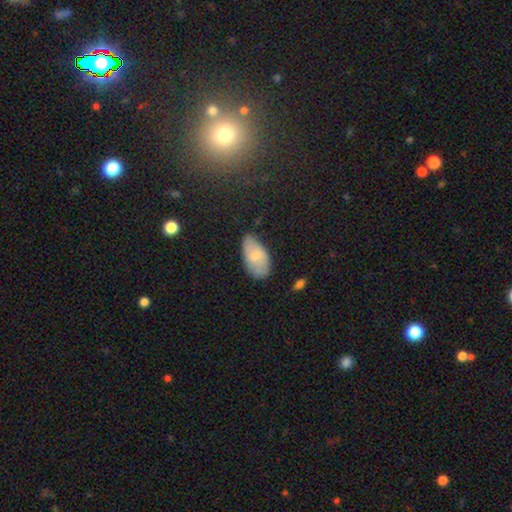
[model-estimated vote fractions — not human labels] The model was most divided on "merging": none: 65%, minor disturbance: 27%, major disturbance: 5%, merger: 2%. More confident: how rounded — in between (94%); smooth or featured — smooth (67%).